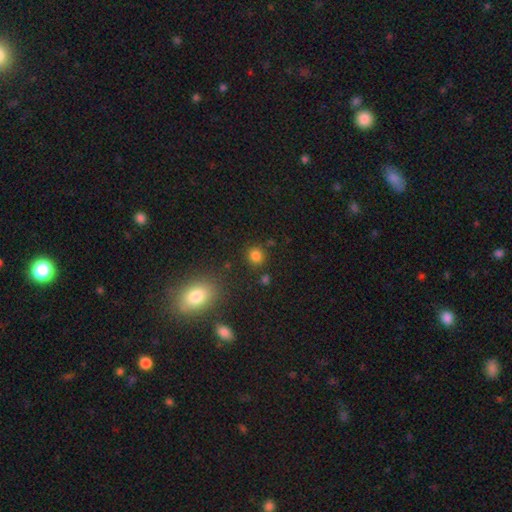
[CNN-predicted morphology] Overall: smooth (80%). How rounded: round (86%). Merging: none (84%).